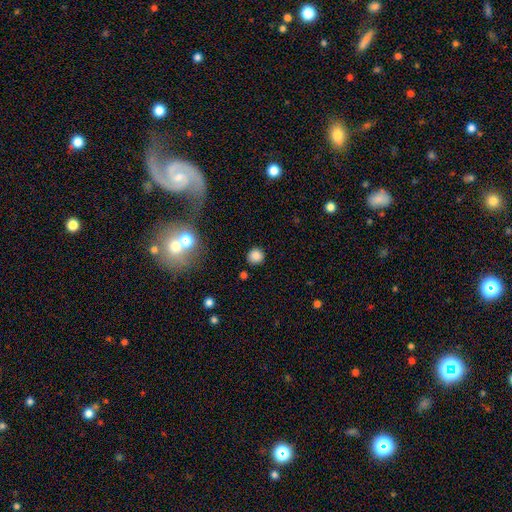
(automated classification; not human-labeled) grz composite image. It shows a smooth galaxy with no disk features (84%) that is round (90%). Merging: none (87%).